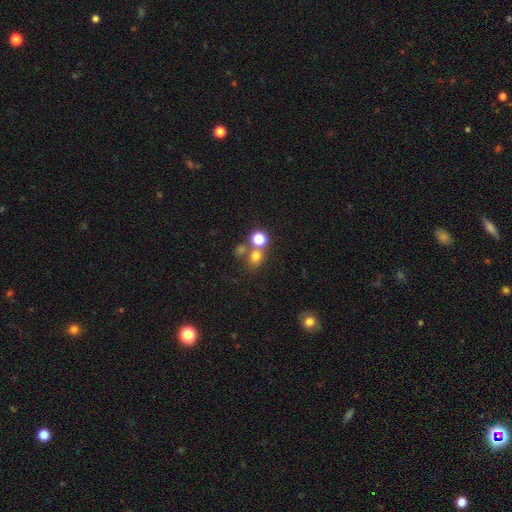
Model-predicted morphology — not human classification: Q: Smooth or featured?
A: smooth (70%); runner-up: star or artifact (20%)
Q: How rounded?
A: round (78%); runner-up: in between (21%)
Q: Merging?
A: none (54%); runner-up: merger (32%)